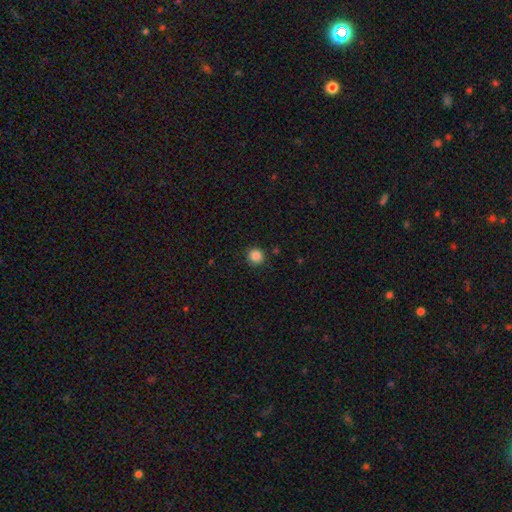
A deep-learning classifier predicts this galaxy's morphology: Overall: smooth (86%). How rounded: round (94%). Merging: none (90%).